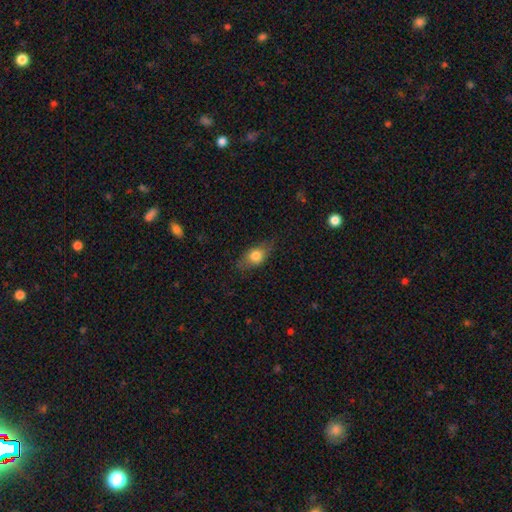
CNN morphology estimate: The model was most divided on "merging": none: 71%, minor disturbance: 21%, major disturbance: 6%, merger: 1%. More confident: smooth or featured — smooth (76%); how rounded — in between (73%).